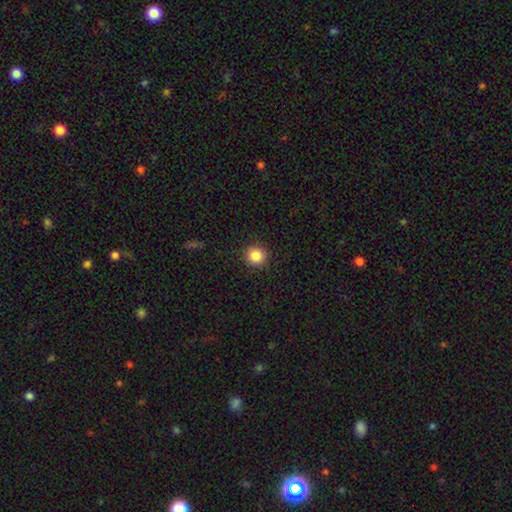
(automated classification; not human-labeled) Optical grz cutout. It shows a smooth galaxy with no disk features (86%) that is round (92%). Merging: none (91%).